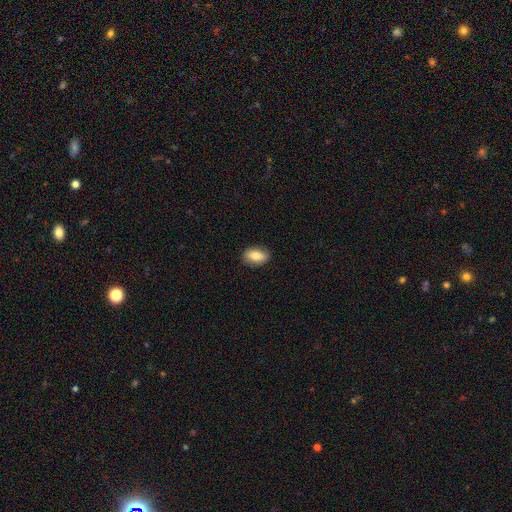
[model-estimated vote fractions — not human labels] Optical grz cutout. It shows a smooth galaxy with no disk features (78%) that is in between round and cigar-shaped (87%). Merging: none (86%).